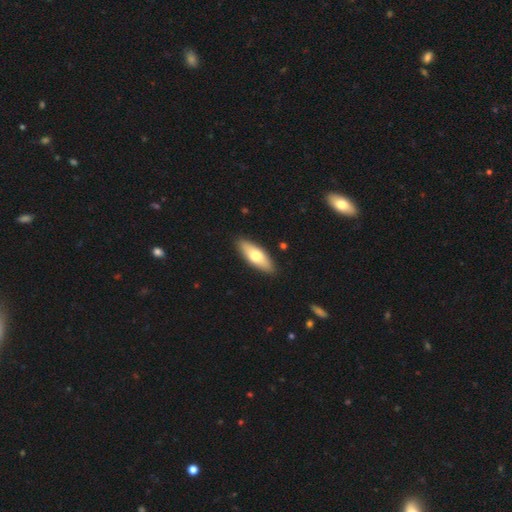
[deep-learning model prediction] Q: Smooth or featured?
A: smooth (64%); runner-up: featured or disk (30%)
Q: How rounded?
A: in between (64%); runner-up: cigar-shaped (34%)
Q: Merging?
A: none (89%); runner-up: minor disturbance (8%)